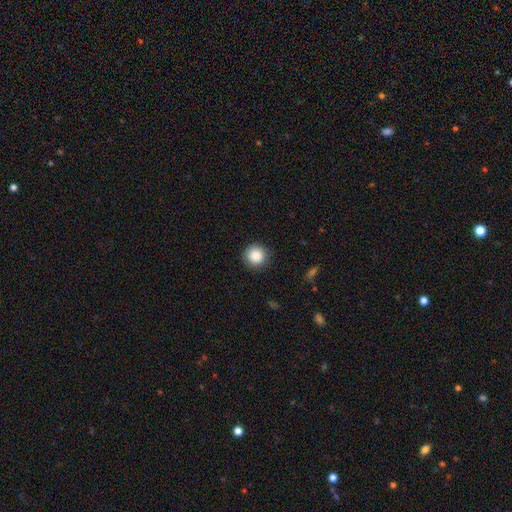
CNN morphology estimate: Smooth or featured? Predicted: smooth (p=0.87). How rounded? Predicted: round (p=0.94). Merging? Predicted: none (p=0.90).